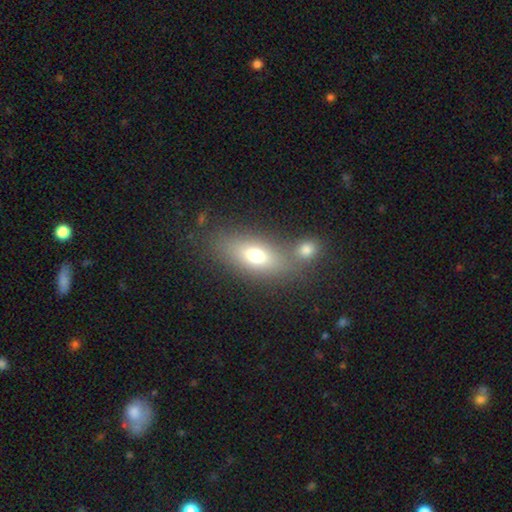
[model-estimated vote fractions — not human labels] This is likely a smooth galaxy (71%). How rounded: likely in between (78%). Merging: possibly none (54%).